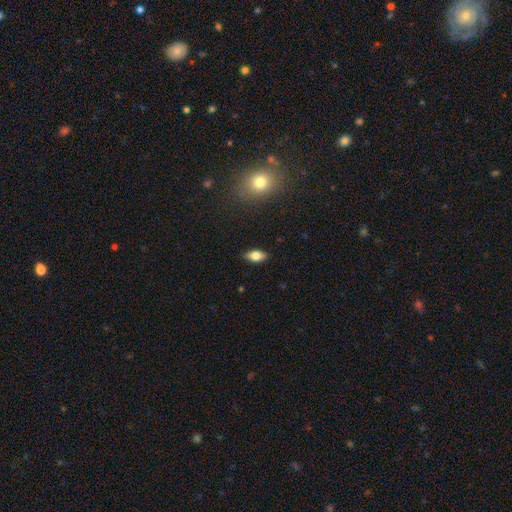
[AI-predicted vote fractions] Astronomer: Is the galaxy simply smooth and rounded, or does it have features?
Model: smooth — 73%.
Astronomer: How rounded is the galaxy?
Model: in between — 86%.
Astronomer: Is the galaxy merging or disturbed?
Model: none — 87%.